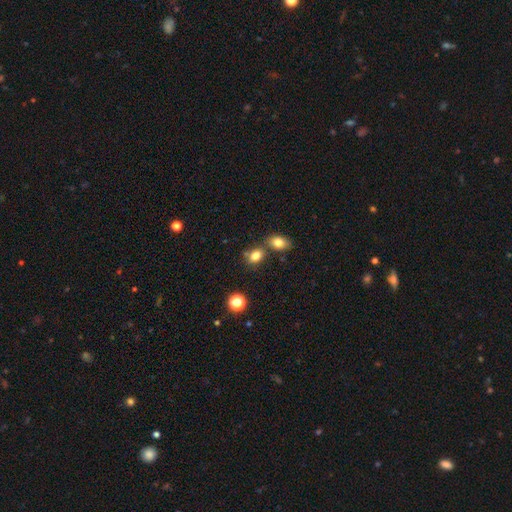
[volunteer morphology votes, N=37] A smooth galaxy with no disk features (84%) that is in between round and cigar-shaped (87%).

Vote fractions:
- Smooth or featured? smooth: 84% / featured or disk: 8% / star or artifact: 8%
- How rounded? in between: 87% / round: 13% / cigar-shaped: 0%
- Merging? none: 59% / merger: 26% / minor disturbance: 12% / major disturbance: 3%